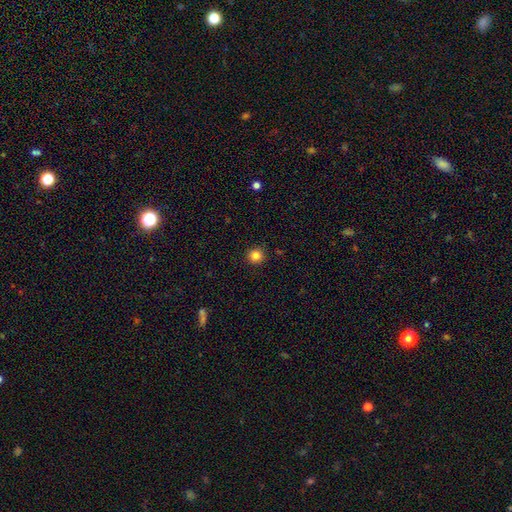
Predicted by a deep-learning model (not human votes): Smooth or featured? smooth (83%)
How rounded? round (94%)
Merging? none (92%)